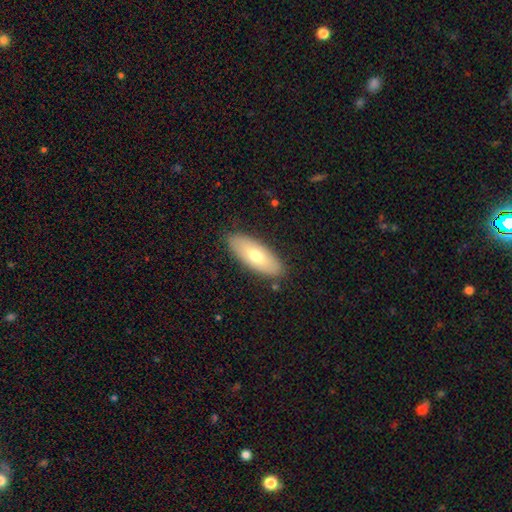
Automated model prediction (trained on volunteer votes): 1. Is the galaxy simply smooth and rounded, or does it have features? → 66% smooth, 28% featured or disk, 6% star or artifact.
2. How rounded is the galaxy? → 77% in between, 21% cigar-shaped, 2% round.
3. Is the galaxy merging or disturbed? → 86% none, 10% minor disturbance, 2% major disturbance, 1% merger.